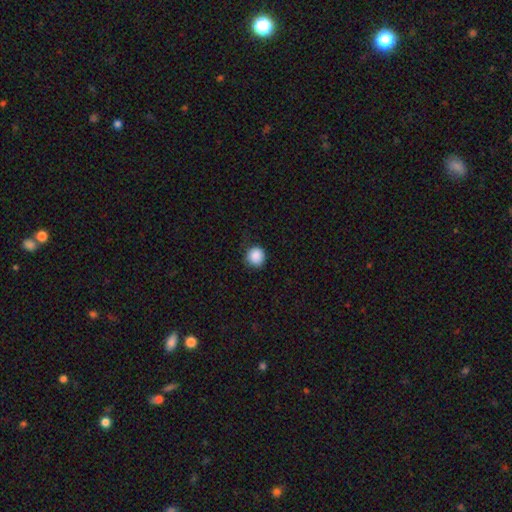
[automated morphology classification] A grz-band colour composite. It shows a smooth galaxy with no disk features (88%) that is round (92%). Merging: none (80%).